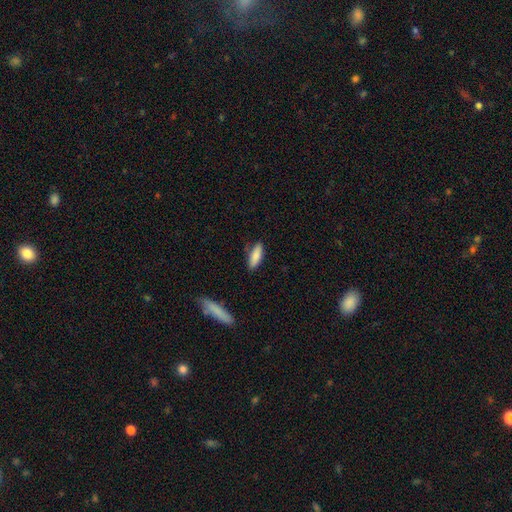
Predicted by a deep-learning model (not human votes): Smooth or featured?
  - smooth: 83% *
  - featured or disk: 11%
  - star or artifact: 6%
How rounded?
  - in between: 52% *
  - cigar-shaped: 47%
  - round: 2%
Merging?
  - none: 77% *
  - minor disturbance: 17%
  - major disturbance: 3%
  - merger: 3%